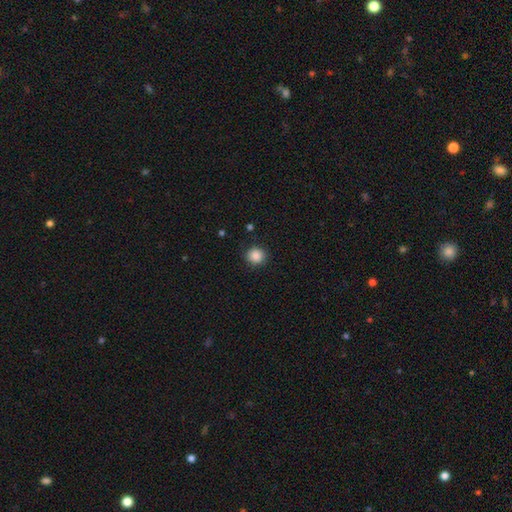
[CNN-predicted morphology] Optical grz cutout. It shows a smooth galaxy with no disk features (88%) that is round (88%). Merging: none (87%).